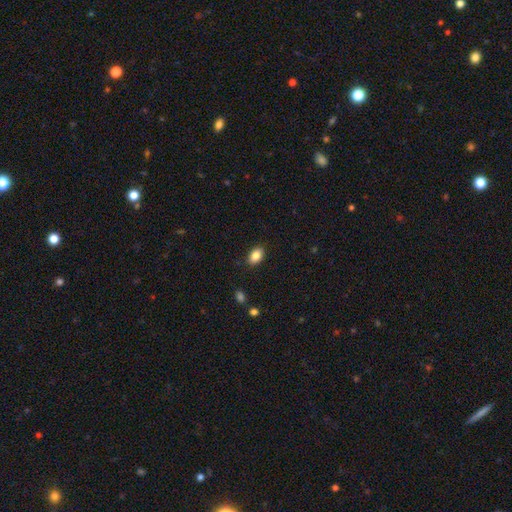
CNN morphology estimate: Overall: smooth (85%). How rounded: in between (86%). Merging: none (87%).